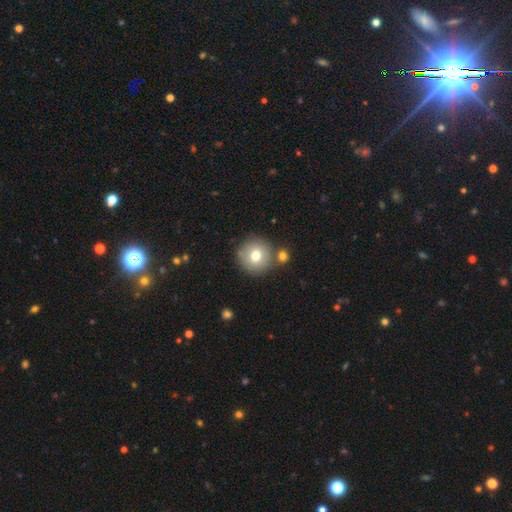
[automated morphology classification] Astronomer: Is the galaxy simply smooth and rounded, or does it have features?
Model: smooth — 75%.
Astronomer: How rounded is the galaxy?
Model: round — 95%.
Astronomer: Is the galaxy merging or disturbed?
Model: none — 77%.